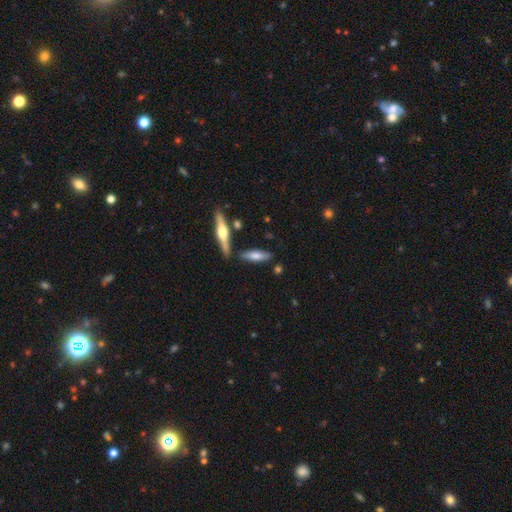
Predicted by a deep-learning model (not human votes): Morphology: type=smooth (58%); roundness=cigar-shaped (63%); merging=none (77%).